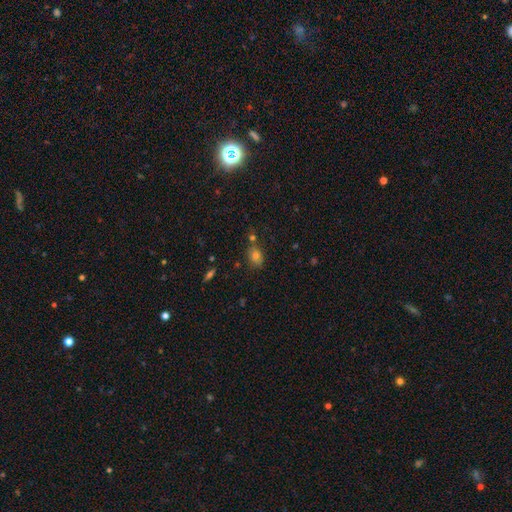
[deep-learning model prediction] Smooth or featured?
  - smooth: 66% *
  - star or artifact: 23%
  - featured or disk: 11%
How rounded?
  - in between: 70% *
  - round: 27%
  - cigar-shaped: 3%
Merging?
  - none: 67% *
  - minor disturbance: 16%
  - merger: 13%
  - major disturbance: 4%